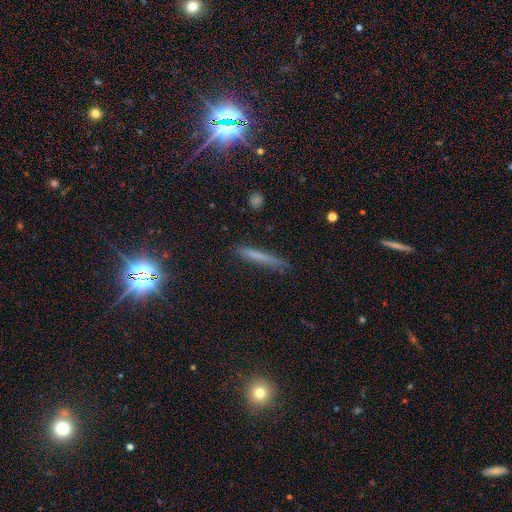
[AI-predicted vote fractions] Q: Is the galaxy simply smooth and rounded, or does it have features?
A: smooth — 54%.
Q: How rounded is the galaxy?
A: cigar-shaped — 94%.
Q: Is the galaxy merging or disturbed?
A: none — 85%.